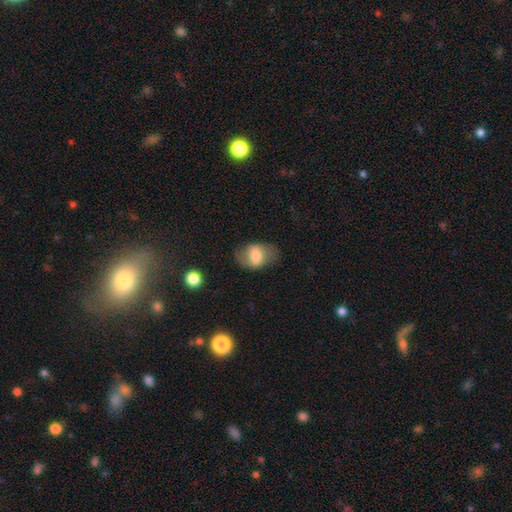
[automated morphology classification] smooth-or-featured: smooth: 59% | featured or disk: 33% | star or artifact: 8%
  how-rounded: in between: 83% | round: 16% | cigar-shaped: 2%
  merging: none: 68% | minor disturbance: 21% | major disturbance: 10% | merger: 2%